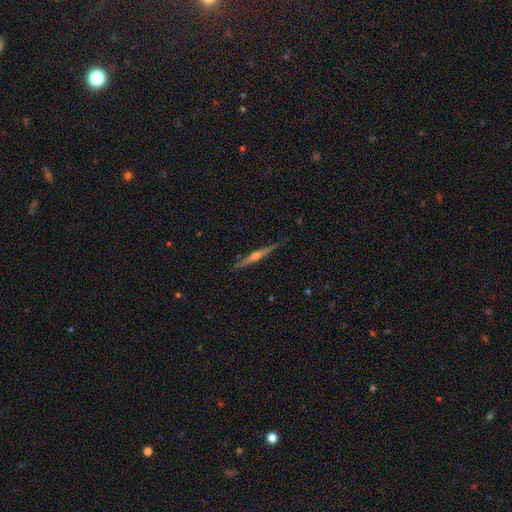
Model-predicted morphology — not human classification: Smooth or featured? Predicted: featured or disk (p=0.80). Edge-on disk? Predicted: yes (p=0.98). Edge-on bulge? Predicted: rounded (p=0.89). Merging? Predicted: none (p=0.90).